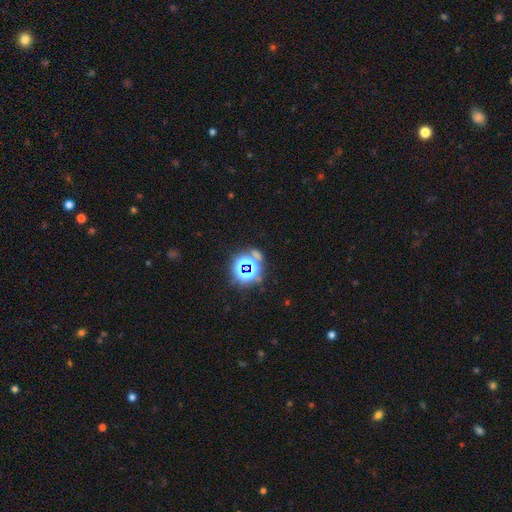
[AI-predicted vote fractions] Smooth or featured? star or artifact (69%)